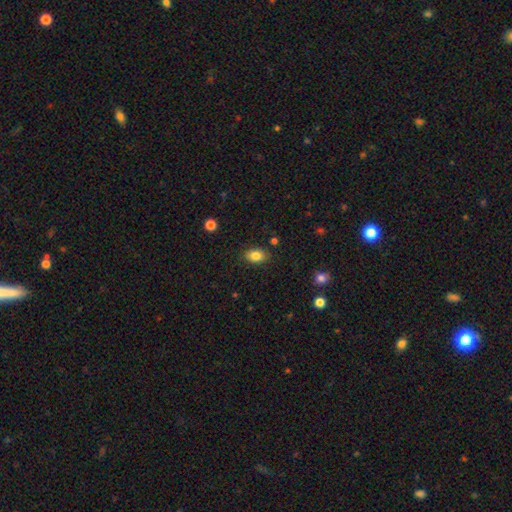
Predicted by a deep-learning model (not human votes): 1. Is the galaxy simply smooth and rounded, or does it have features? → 84% smooth, 9% star or artifact, 7% featured or disk.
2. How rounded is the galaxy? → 83% in between, 16% round, 1% cigar-shaped.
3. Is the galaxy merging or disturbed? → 85% none, 10% minor disturbance, 3% major disturbance, 2% merger.